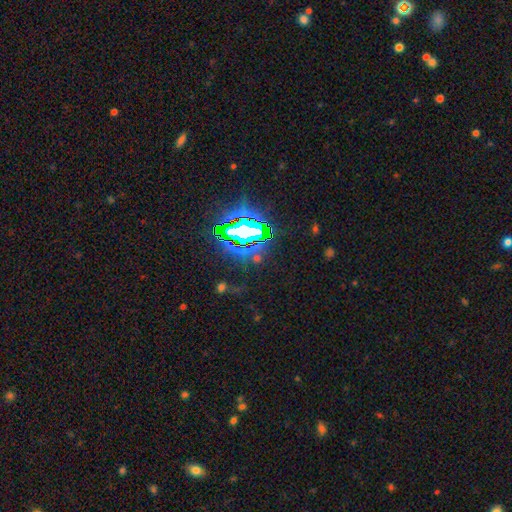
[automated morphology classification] Q: Smooth or featured?
A: star or artifact (77%); runner-up: smooth (12%)